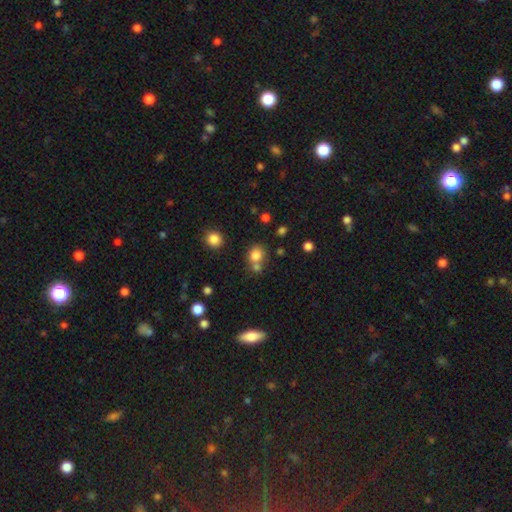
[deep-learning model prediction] This is likely a smooth galaxy (79%). How rounded: likely round (73%). Merging: possibly none (53%).